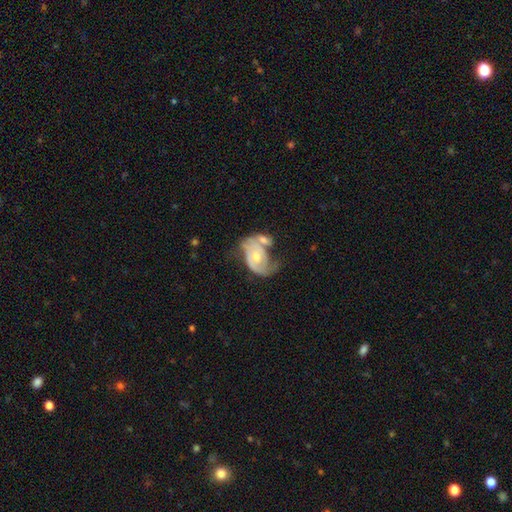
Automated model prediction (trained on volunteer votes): smooth-or-featured: featured or disk: 76% | smooth: 19% | star or artifact: 5%
  disk-edge-on: no: 97% | yes: 3%
    bar: no: 66% | weak: 28% | strong: 6%
    has-spiral-arms: yes: 82% | no: 18%
      spiral-winding: medium: 39% | tight: 37% | loose: 24%
      spiral-arm-count: 2: 58% | 1: 21% | can't tell: 16% | 3: 2% | 4: 1% | more than 4: 1%
    bulge-size: moderate: 65% | small: 27% | large: 5% | none: 2% | dominant: 1%
  merging: merger: 32% | major disturbance: 25% | none: 24% | minor disturbance: 19%